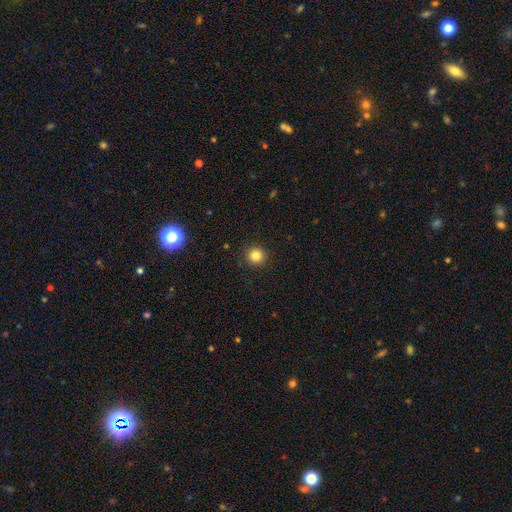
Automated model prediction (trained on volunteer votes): A smooth galaxy with no disk features (83%) that is round (95%).

Vote fractions:
- Smooth or featured? smooth: 83% / star or artifact: 12% / featured or disk: 5%
- How rounded? round: 95% / in between: 4% / cigar-shaped: 1%
- Merging? none: 92% / minor disturbance: 5% / major disturbance: 2% / merger: 1%